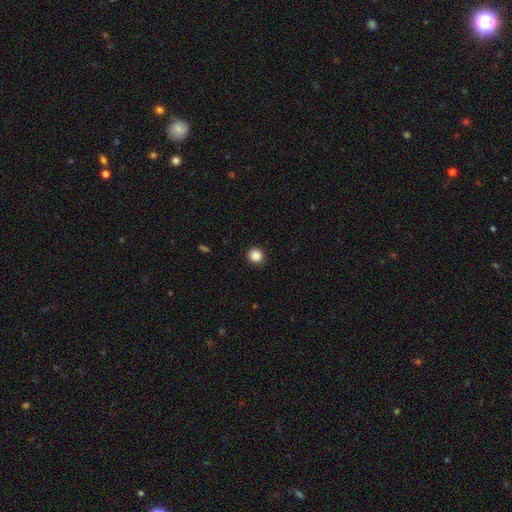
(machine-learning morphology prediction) A smooth galaxy with no disk features (88%) that is round (88%).

Vote fractions:
- Smooth or featured? smooth: 88% / star or artifact: 10% / featured or disk: 2%
- How rounded? round: 88% / in between: 11% / cigar-shaped: 1%
- Merging? none: 91% / minor disturbance: 6% / major disturbance: 2% / merger: 1%